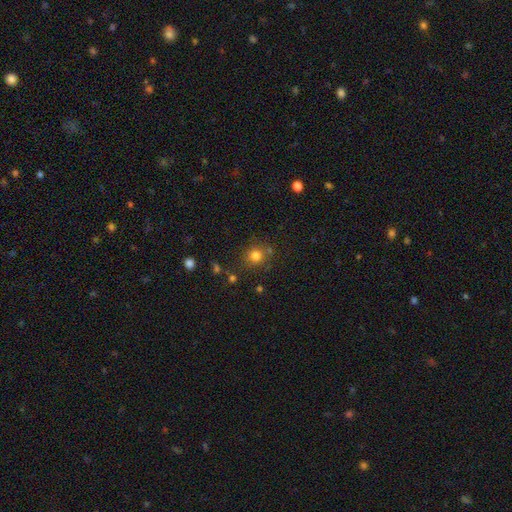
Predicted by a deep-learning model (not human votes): Q: Smooth or featured?
A: smooth (78%); runner-up: star or artifact (15%)
Q: How rounded?
A: round (88%); runner-up: in between (11%)
Q: Merging?
A: none (76%); runner-up: minor disturbance (12%)